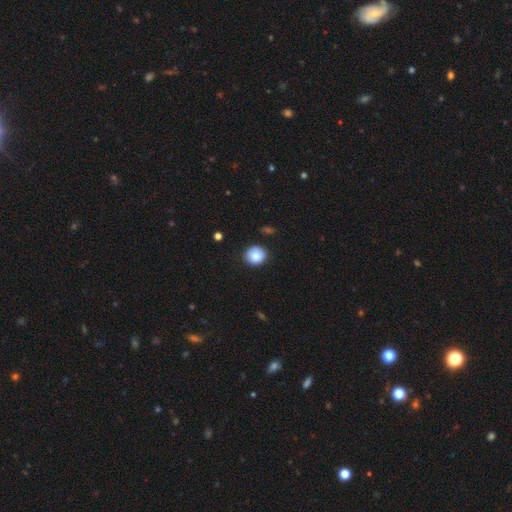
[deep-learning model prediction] Q: Smooth or featured?
A: smooth (86%); runner-up: star or artifact (9%)
Q: How rounded?
A: round (86%); runner-up: in between (13%)
Q: Merging?
A: none (87%); runner-up: minor disturbance (9%)